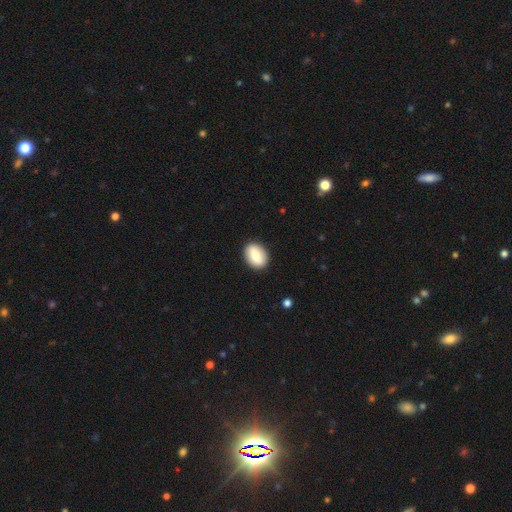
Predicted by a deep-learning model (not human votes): A smooth galaxy with no disk features (76%) that is in between round and cigar-shaped (74%).

Vote fractions:
- Smooth or featured? smooth: 76% / featured or disk: 17% / star or artifact: 7%
- How rounded? in between: 74% / round: 24% / cigar-shaped: 2%
- Merging? none: 89% / minor disturbance: 8% / major disturbance: 2% / merger: 1%